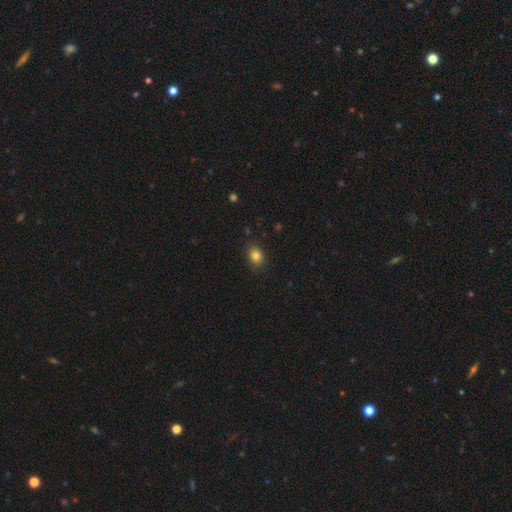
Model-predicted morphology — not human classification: A smooth galaxy with no disk features (84%) that is in between round and cigar-shaped (53%).

Vote fractions:
- Smooth or featured? smooth: 84% / star or artifact: 11% / featured or disk: 6%
- How rounded? in between: 53% / round: 46% / cigar-shaped: 1%
- Merging? none: 86% / minor disturbance: 11% / major disturbance: 2% / merger: 1%